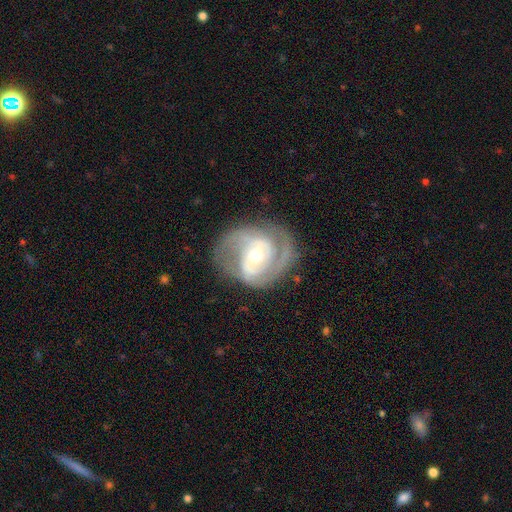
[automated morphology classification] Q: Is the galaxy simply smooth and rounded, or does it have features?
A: featured or disk — 87%.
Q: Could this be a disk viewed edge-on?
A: no — 97%.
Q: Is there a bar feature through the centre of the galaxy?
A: no — 46%.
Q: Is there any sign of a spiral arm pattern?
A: yes — 94%.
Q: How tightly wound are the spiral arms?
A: tight — 44%, tied with medium.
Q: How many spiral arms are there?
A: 2 — 74%.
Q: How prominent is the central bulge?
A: moderate — 63%.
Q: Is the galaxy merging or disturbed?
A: none — 72%.